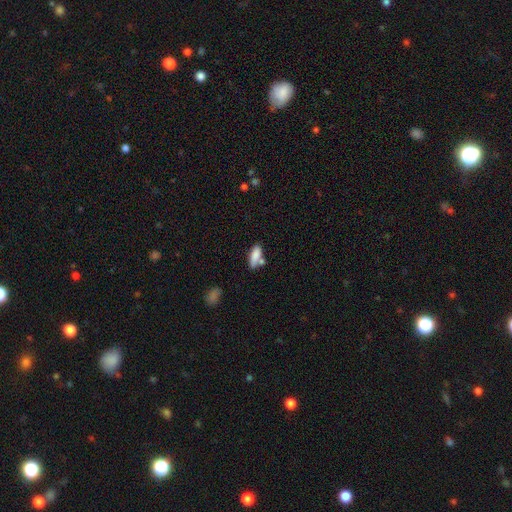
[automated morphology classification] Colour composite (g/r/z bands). It shows a smooth galaxy with no disk features (81%) that is in between round and cigar-shaped (73%). Merging: none (49%).